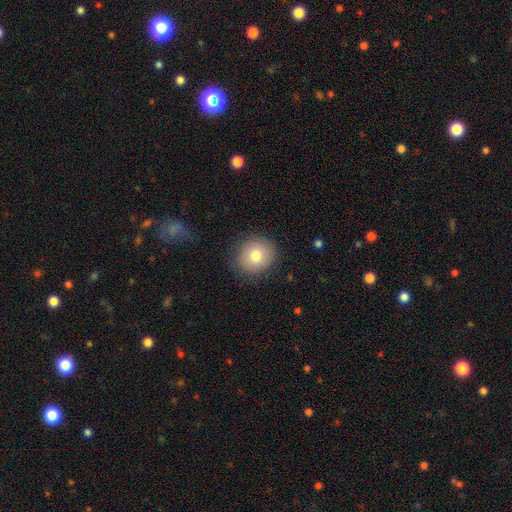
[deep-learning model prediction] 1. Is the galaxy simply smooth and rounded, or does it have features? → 77% smooth, 14% featured or disk, 9% star or artifact.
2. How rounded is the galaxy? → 83% round, 16% in between, 1% cigar-shaped.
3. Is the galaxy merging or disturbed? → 85% none, 10% minor disturbance, 4% major disturbance, 1% merger.